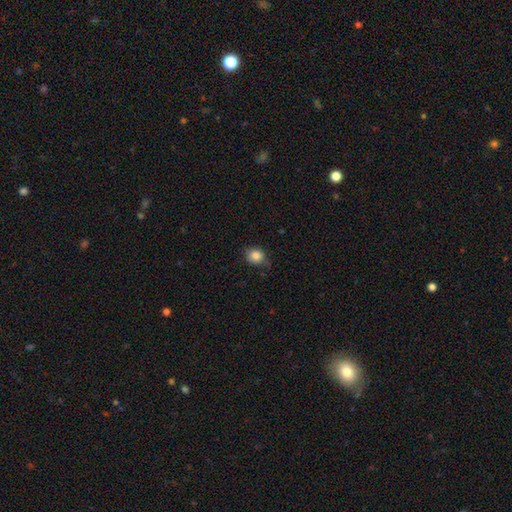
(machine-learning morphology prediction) Smooth or featured?
  - smooth: 85% *
  - star or artifact: 10%
  - featured or disk: 5%
How rounded?
  - round: 75% *
  - in between: 24%
  - cigar-shaped: 1%
Merging?
  - none: 74% *
  - minor disturbance: 21%
  - major disturbance: 4%
  - merger: 2%